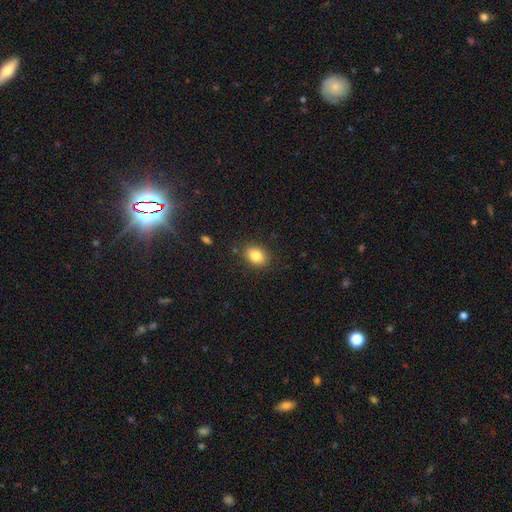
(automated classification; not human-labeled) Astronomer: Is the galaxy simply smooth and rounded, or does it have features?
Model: smooth — 83%.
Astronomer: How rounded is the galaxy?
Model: in between — 68%.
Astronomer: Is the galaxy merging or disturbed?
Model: none — 87%.